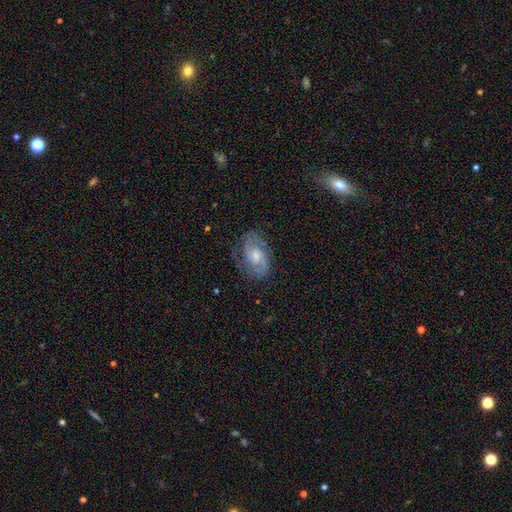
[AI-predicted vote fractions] The model was most divided on "spiral winding": medium: 47%, tight: 41%, loose: 12%. More confident: edge-on disk — no (97%); spiral arms — yes (96%); smooth or featured — featured or disk (82%); spiral arm count — 2 (81%); merging — none (77%); bar — no (54%); bulge size — moderate (53%).